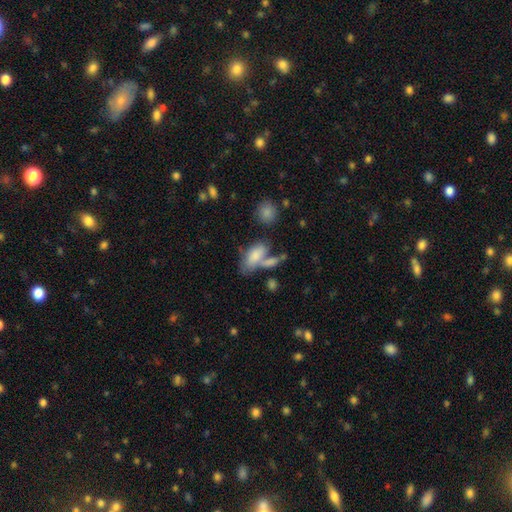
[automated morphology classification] A smooth galaxy with no disk features (77%) that is in between round and cigar-shaped (89%). Merging: merger (39%).